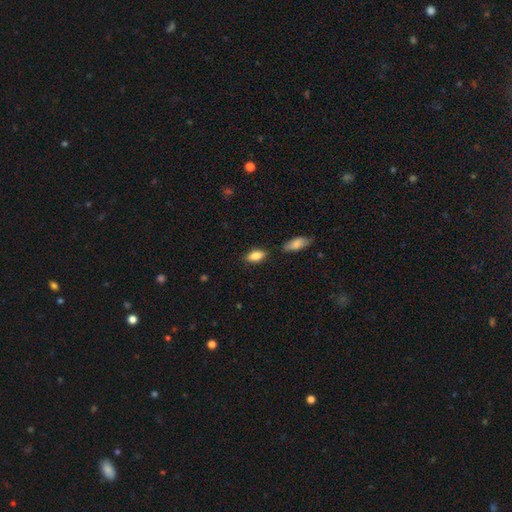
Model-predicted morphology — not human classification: This appears to be a smooth galaxy with no disk features (84%) that is in between round and cigar-shaped (87%). Merging: none (79%).